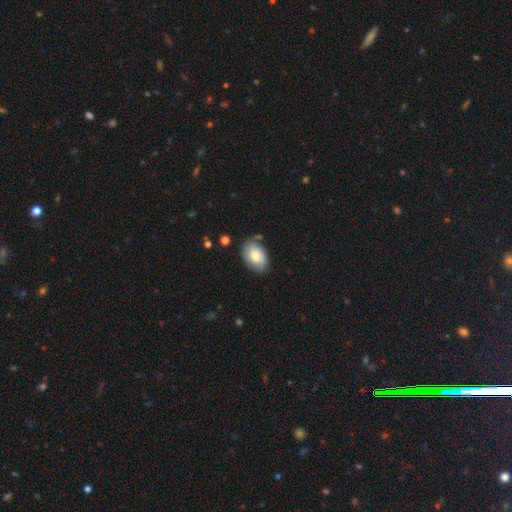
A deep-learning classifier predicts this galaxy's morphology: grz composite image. It shows a smooth galaxy with no disk features (75%) that is in between round and cigar-shaped (88%). Merging: none (74%).